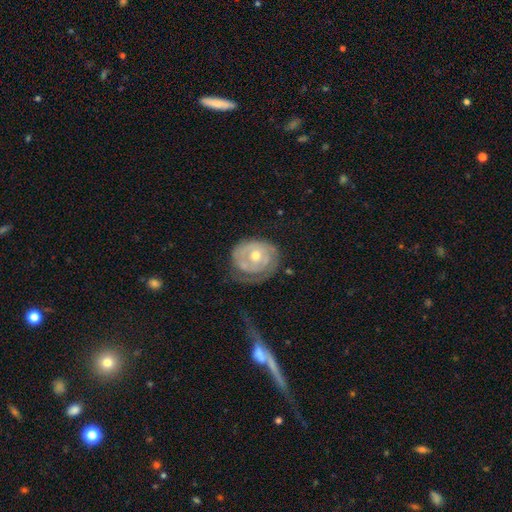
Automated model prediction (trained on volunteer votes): Overall: featured or disk (75%). Edge-on disk: no (97%). Bar: no (77%). Spiral arms: yes (79%). Spiral arm count: can't tell (33%; 2 30%). Spiral winding: tight (70%). Bulge size: moderate (63%; small 32%). Merging: none (49%; minor disturbance 25%).